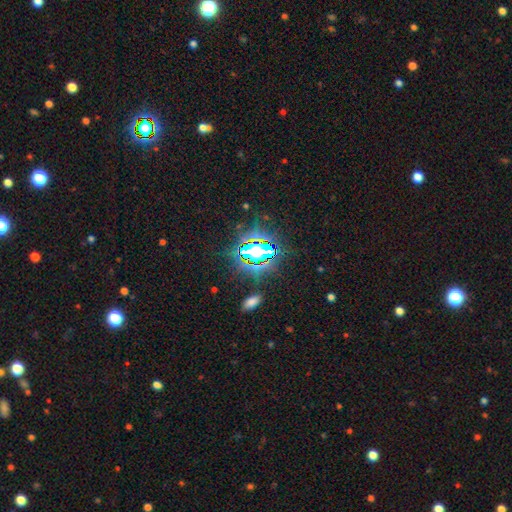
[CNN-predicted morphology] type=star or artifact (75%).